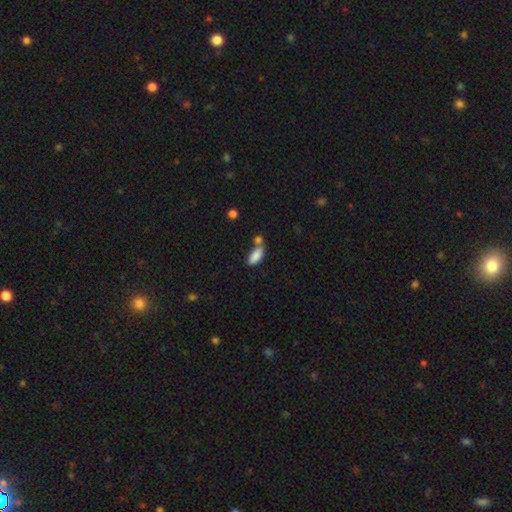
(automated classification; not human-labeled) Q: Smooth or featured?
A: smooth (85%); runner-up: featured or disk (8%)
Q: How rounded?
A: in between (83%); runner-up: cigar-shaped (15%)
Q: Merging?
A: none (45%); runner-up: merger (34%)